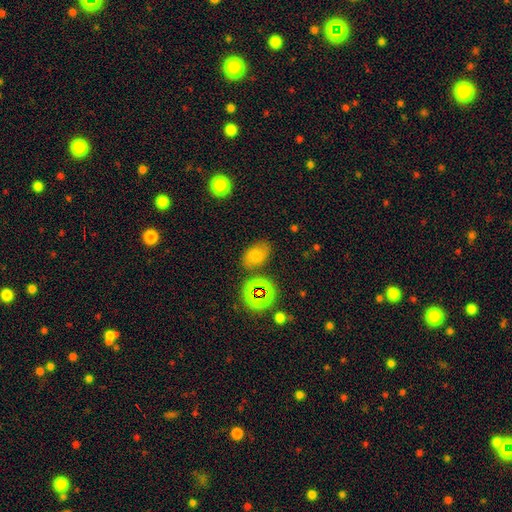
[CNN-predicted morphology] smooth-or-featured: smooth: 60% | star or artifact: 25% | featured or disk: 15%
  how-rounded: in between: 80% | round: 19% | cigar-shaped: 2%
  merging: none: 74% | minor disturbance: 15% | merger: 6% | major disturbance: 5%